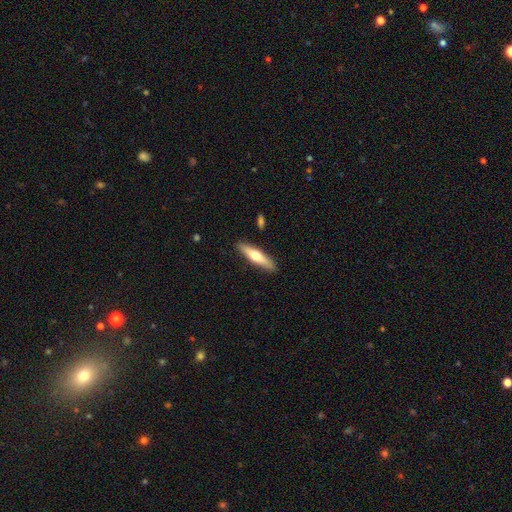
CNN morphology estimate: Smooth or featured? smooth (51%)
How rounded? cigar-shaped (78%)
Merging? none (88%)